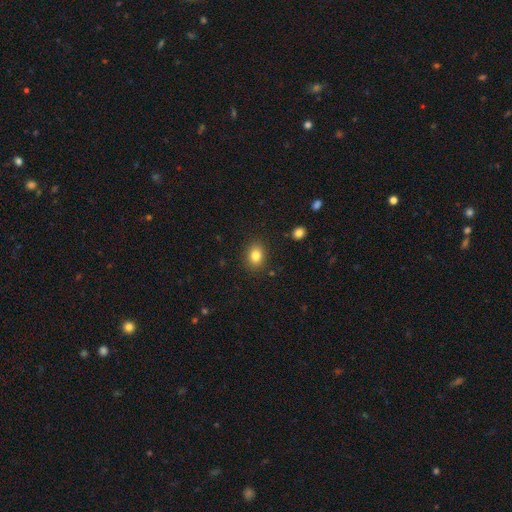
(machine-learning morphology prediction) Q: Smooth or featured?
A: smooth (82%); runner-up: star or artifact (11%)
Q: How rounded?
A: in between (55%); runner-up: round (44%)
Q: Merging?
A: none (87%); runner-up: minor disturbance (9%)